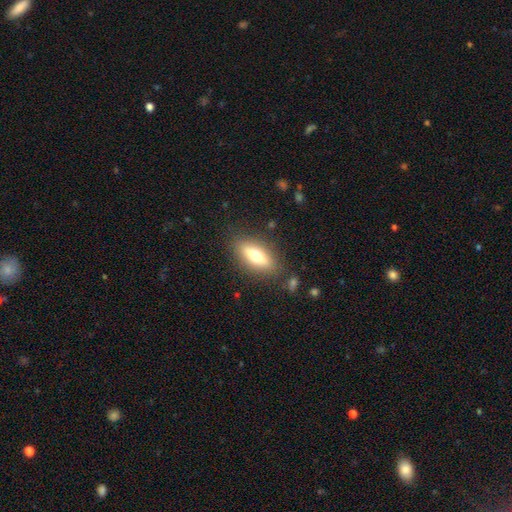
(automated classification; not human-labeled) Smooth or featured? smooth (59%)
How rounded? in between (68%)
Merging? none (84%)